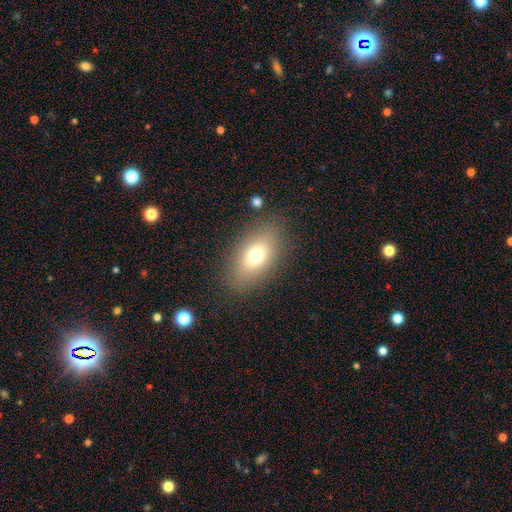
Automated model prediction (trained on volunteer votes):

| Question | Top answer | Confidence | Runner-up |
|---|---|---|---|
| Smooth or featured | smooth | 72% | featured or disk (17%) |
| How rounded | in between | 87% | round (8%) |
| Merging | none | 83% | minor disturbance (11%) |